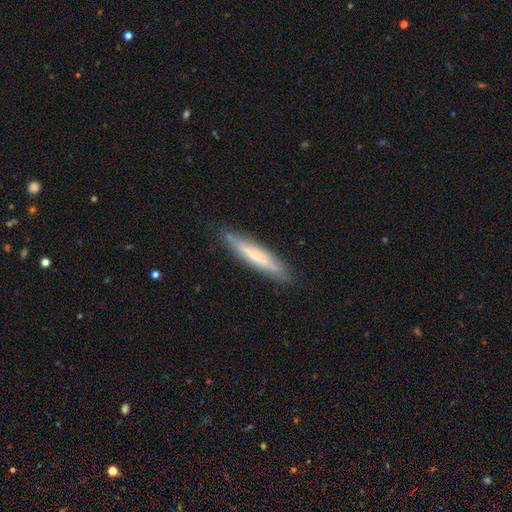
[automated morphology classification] smooth 47% (tied), featured or disk 47% (tied), star or artifact 6%. Down the decision tree: merging — none (84%).